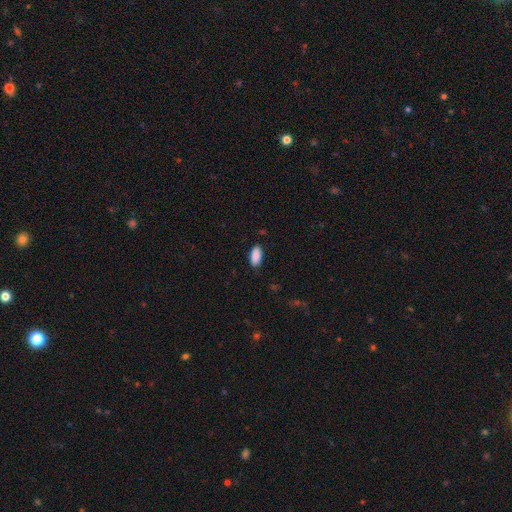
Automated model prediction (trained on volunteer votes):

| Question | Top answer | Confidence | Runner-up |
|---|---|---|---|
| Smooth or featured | smooth | 90% | star or artifact (6%) |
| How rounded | in between | 90% | cigar-shaped (8%) |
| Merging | none | 87% | minor disturbance (10%) |